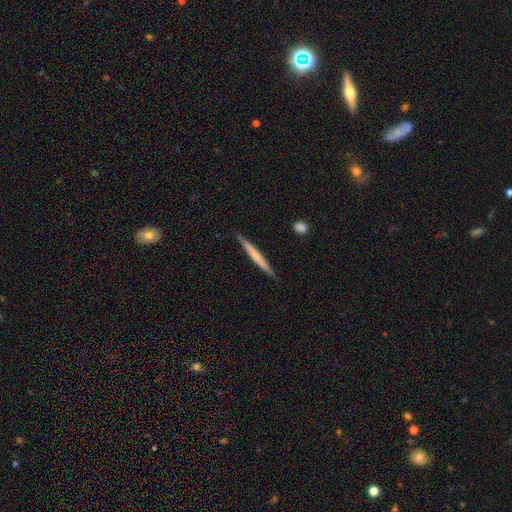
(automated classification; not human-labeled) Smooth or featured? smooth (52%)
How rounded? cigar-shaped (97%)
Merging? none (90%)